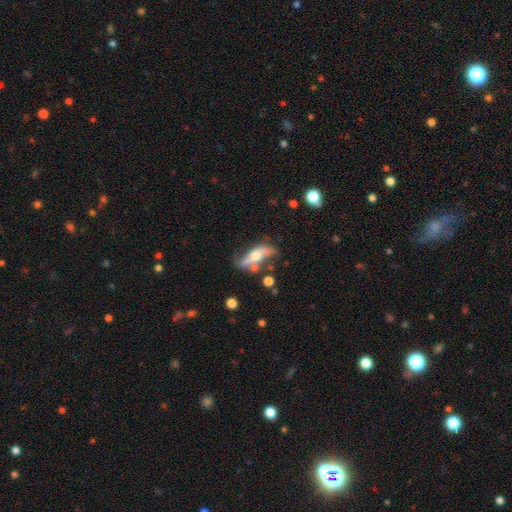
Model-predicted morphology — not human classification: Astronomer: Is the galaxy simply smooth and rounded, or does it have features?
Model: featured or disk — 63%.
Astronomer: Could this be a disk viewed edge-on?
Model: no — 61% (runner-up: yes, 39%).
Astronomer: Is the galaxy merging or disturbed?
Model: none — 50%.